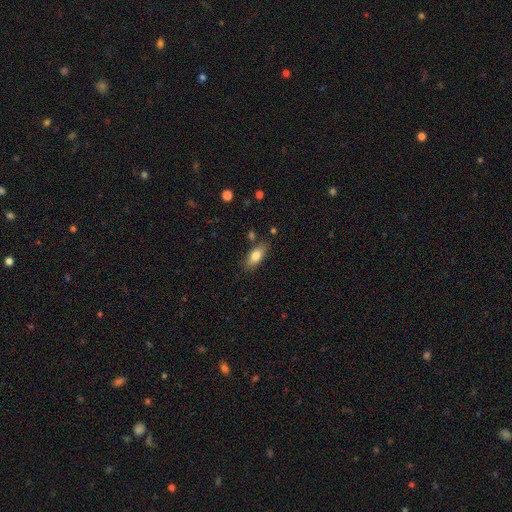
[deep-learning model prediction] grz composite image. It shows a smooth galaxy with no disk features (81%) that is in between round and cigar-shaped (85%). Merging: none (80%).